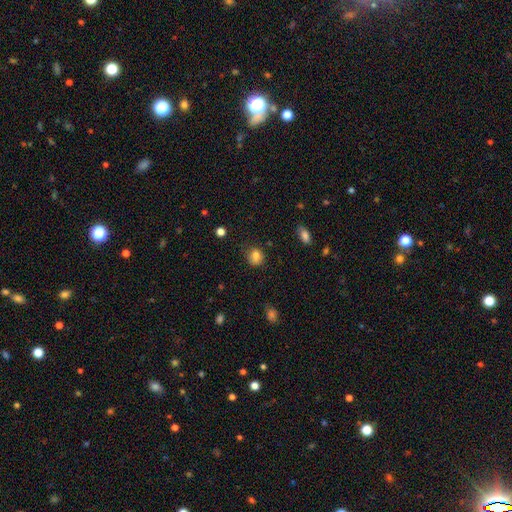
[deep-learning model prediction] This appears to be a smooth galaxy with no disk features (81%) that is round (64%). Merging: none (70%).